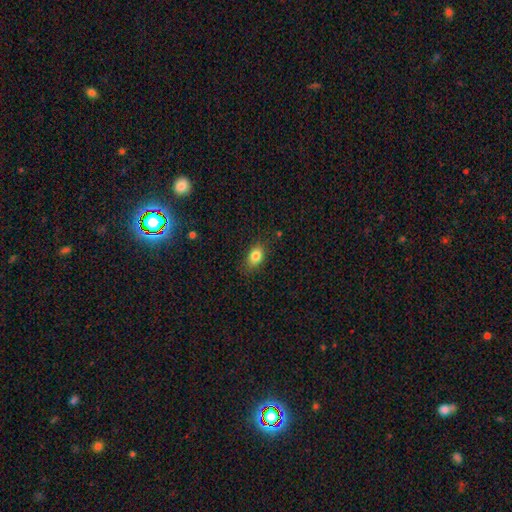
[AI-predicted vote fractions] Q: Smooth or featured?
A: smooth (84%); runner-up: star or artifact (9%)
Q: How rounded?
A: in between (78%); runner-up: round (20%)
Q: Merging?
A: none (81%); runner-up: minor disturbance (14%)